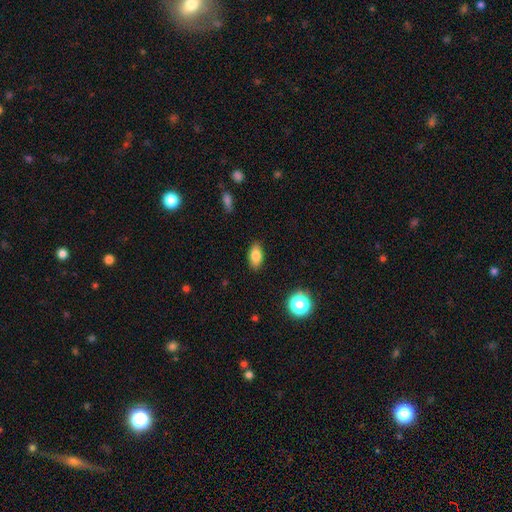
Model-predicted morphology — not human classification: This is clearly a smooth galaxy (82%). How rounded: clearly in between (89%). Merging: clearly none (88%).